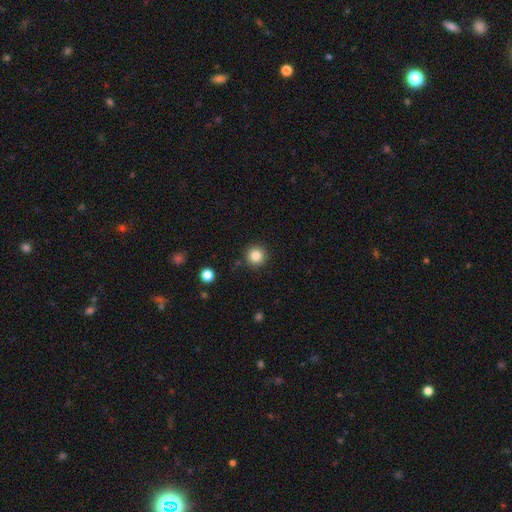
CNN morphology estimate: smooth_or_featured: smooth (p=0.84) [alt: star or artifact p=0.11]
how_rounded: round (p=0.95) [alt: in between p=0.04]
merging: none (p=0.90) [alt: minor disturbance p=0.06]